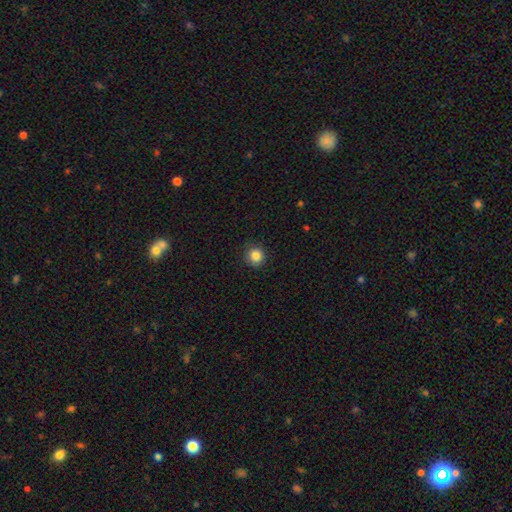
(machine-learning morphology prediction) type=smooth (86%); roundness=round (93%); merging=none (89%).